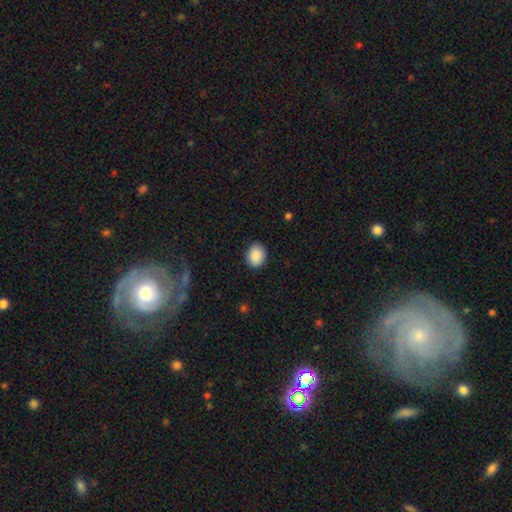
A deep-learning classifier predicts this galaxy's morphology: A smooth galaxy with no disk features (90%) that is round (51%). Merging: none (87%).